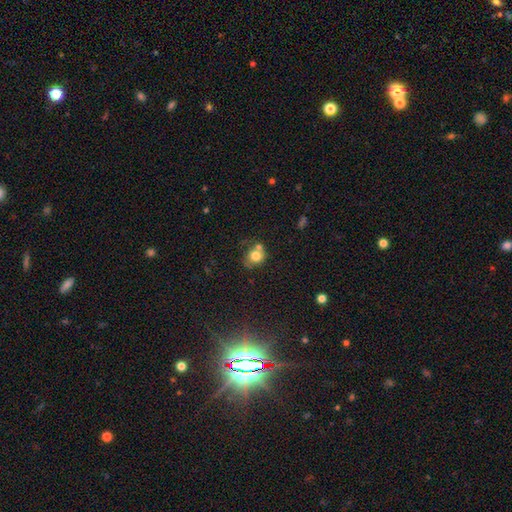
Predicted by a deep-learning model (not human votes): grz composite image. It shows a smooth galaxy with no disk features (76%) that is round (73%). Merging: none (49%).